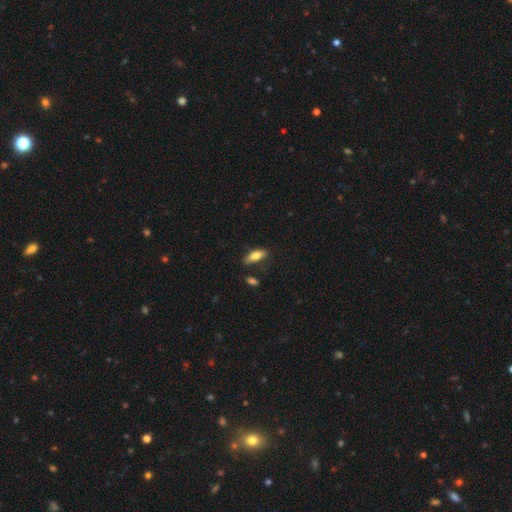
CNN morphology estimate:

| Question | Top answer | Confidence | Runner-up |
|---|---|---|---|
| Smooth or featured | smooth | 75% | featured or disk (18%) |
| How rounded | in between | 72% | cigar-shaped (25%) |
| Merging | none | 73% | minor disturbance (18%) |